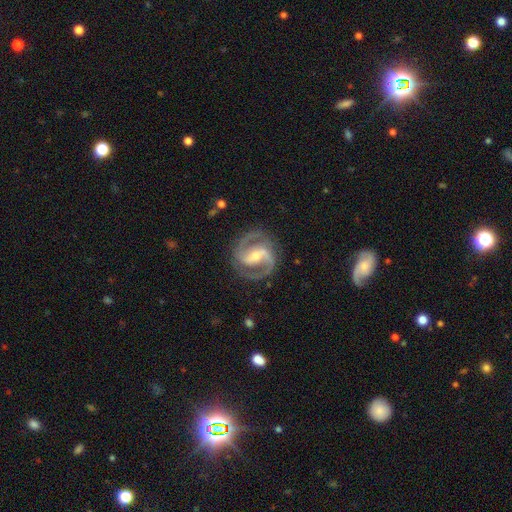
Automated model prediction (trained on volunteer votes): Q: Smooth or featured?
A: featured or disk (92%); runner-up: star or artifact (4%)
Q: Edge-on disk?
A: no (98%); runner-up: yes (2%)
Q: Bar?
A: strong (49%); runner-up: weak (37%)
Q: Spiral arms?
A: yes (98%); runner-up: no (2%)
Q: Spiral winding?
A: medium (61%); runner-up: tight (29%)
Q: Spiral arm count?
A: 2 (93%); runner-up: 3 (2%)
Q: Bulge size?
A: moderate (51%); runner-up: small (43%)
Q: Merging?
A: none (84%); runner-up: minor disturbance (11%)